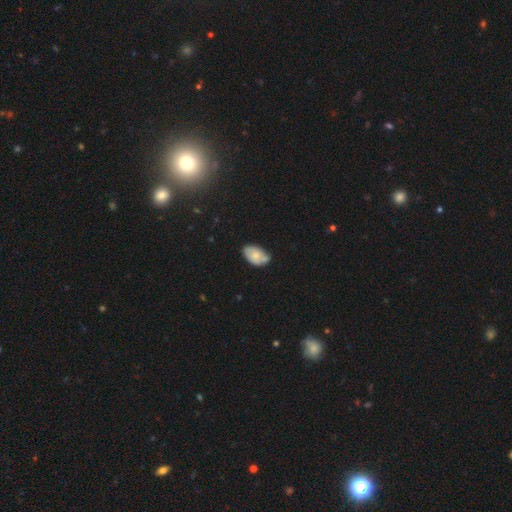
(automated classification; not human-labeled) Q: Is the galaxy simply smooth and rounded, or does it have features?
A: smooth — 67%.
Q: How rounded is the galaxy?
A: in between — 91%.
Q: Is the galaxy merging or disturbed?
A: none — 47%.